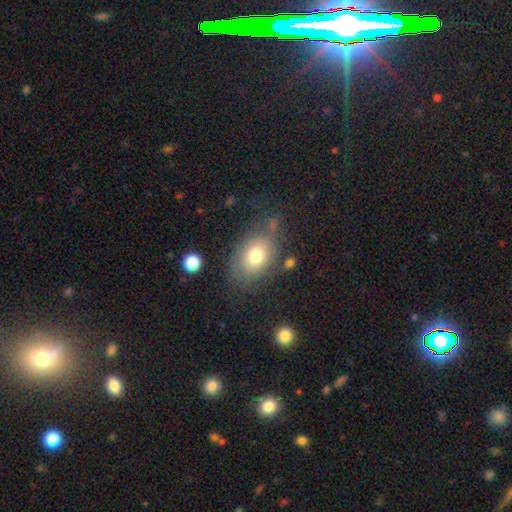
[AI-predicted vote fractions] Q: Smooth or featured?
A: smooth (72%); runner-up: featured or disk (18%)
Q: How rounded?
A: in between (71%); runner-up: round (28%)
Q: Merging?
A: none (63%); runner-up: minor disturbance (20%)